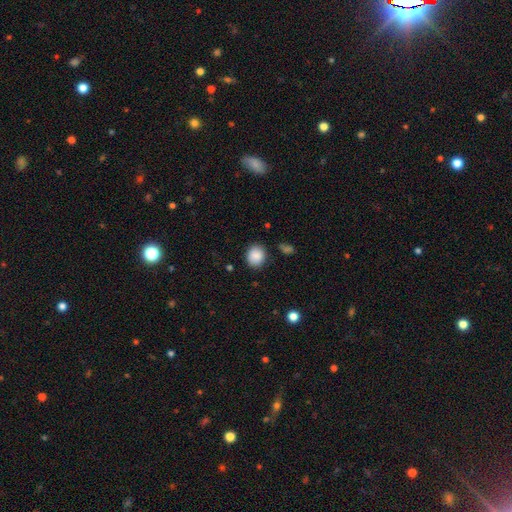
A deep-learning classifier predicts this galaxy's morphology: The model was most divided on "how rounded": round: 74%, in between: 26%, cigar-shaped: 1%. More confident: smooth or featured — smooth (88%); merging — none (83%).